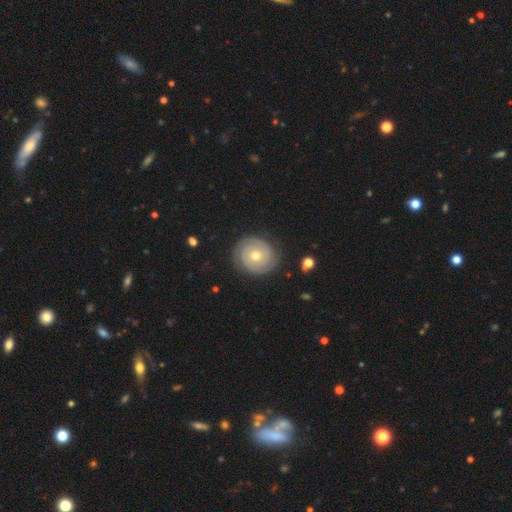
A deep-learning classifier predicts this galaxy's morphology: featured or disk 78%, smooth 15%, star or artifact 7%. Down the decision tree: edge-on disk — no (98%); bar — no (78%); spiral arms — yes (92%); spiral arm count — 2 (69%); spiral winding — tight (83%); bulge size — moderate (61%); merging — none (86%).